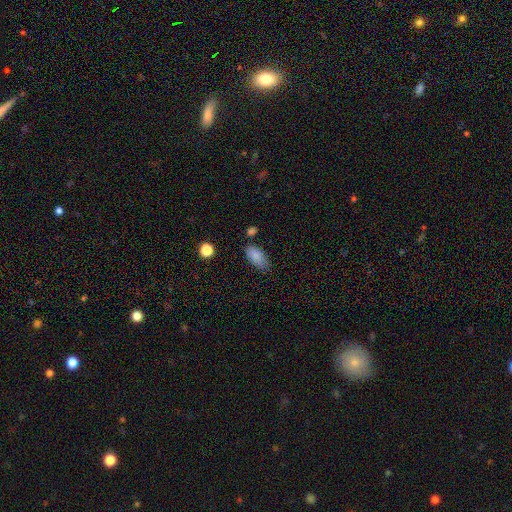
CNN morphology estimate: This is clearly a smooth galaxy (85%). How rounded: clearly in between (91%). Merging: likely none (66%).